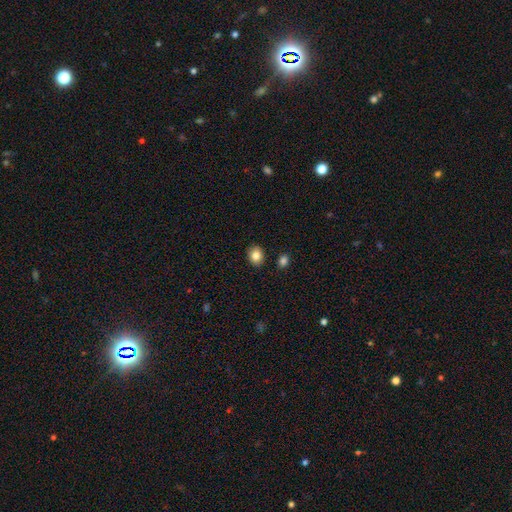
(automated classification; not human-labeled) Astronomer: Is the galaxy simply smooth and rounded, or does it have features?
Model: smooth — 84%.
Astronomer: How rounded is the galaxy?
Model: round — 53% (runner-up: in between, 46%).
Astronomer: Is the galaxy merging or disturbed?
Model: none — 88%.